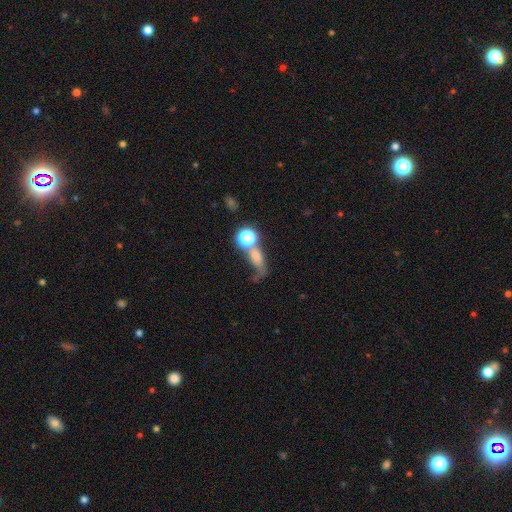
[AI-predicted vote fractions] Smooth or featured? smooth (61%)
How rounded? in between (53%)
Merging? merger (33%)